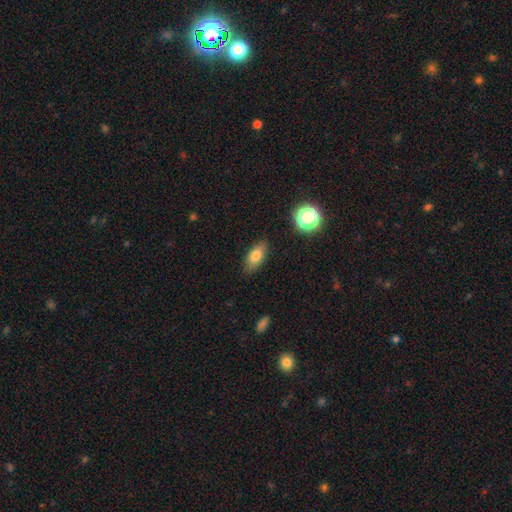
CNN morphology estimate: smooth 78%, featured or disk 12%, star or artifact 9%. Down the decision tree: how rounded — in between (83%); merging — none (84%).